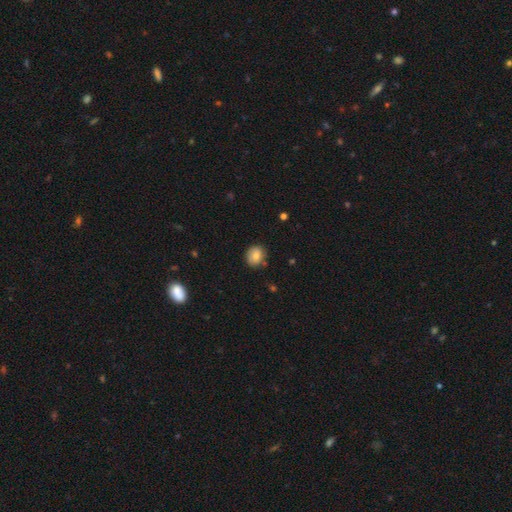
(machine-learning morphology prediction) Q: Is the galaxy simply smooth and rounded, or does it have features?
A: smooth — 80%.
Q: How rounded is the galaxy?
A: round — 69%.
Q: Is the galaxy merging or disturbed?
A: none — 82%.